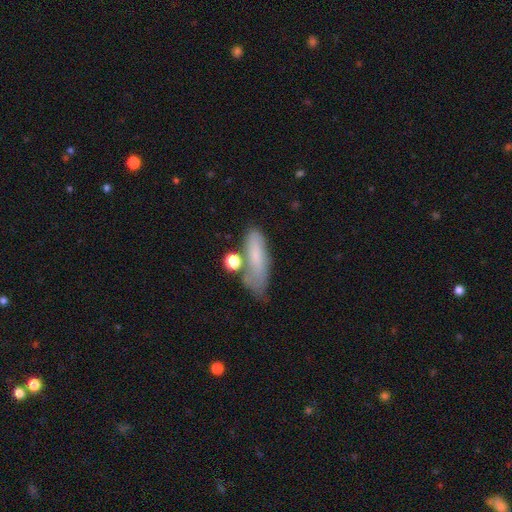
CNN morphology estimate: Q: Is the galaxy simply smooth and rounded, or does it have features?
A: smooth — 70%.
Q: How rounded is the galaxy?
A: in between — 53%.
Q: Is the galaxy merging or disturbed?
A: none — 48%.